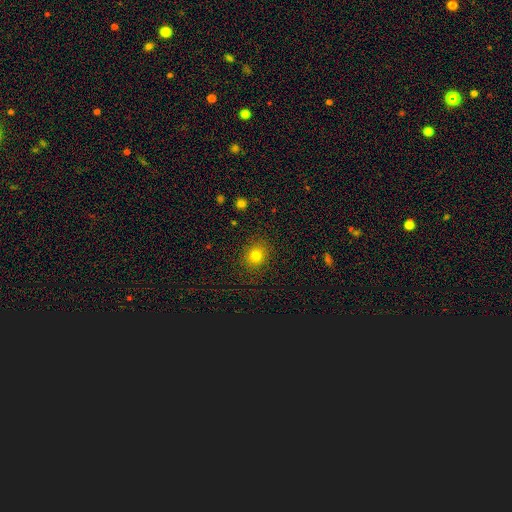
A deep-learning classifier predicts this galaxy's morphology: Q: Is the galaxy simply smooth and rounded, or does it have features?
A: smooth — 79%.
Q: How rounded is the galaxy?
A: round — 70%.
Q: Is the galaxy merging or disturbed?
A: none — 87%.